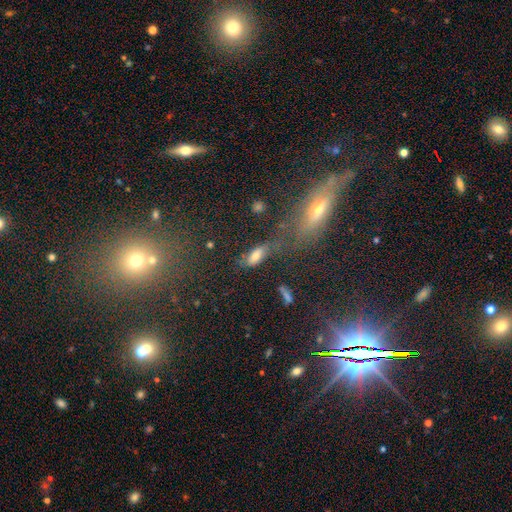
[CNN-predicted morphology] The model was most divided on "merging": none: 57%, minor disturbance: 19%, merger: 13%, major disturbance: 12%. More confident: how rounded — in between (71%); smooth or featured — smooth (61%).